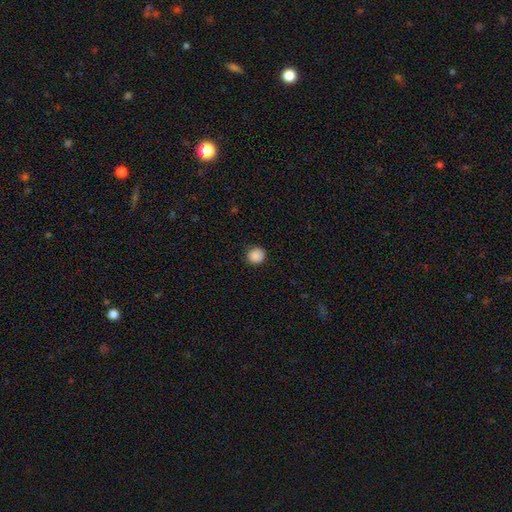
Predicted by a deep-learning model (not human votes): A smooth galaxy with no disk features (88%) that is round (92%). Merging: none (88%).